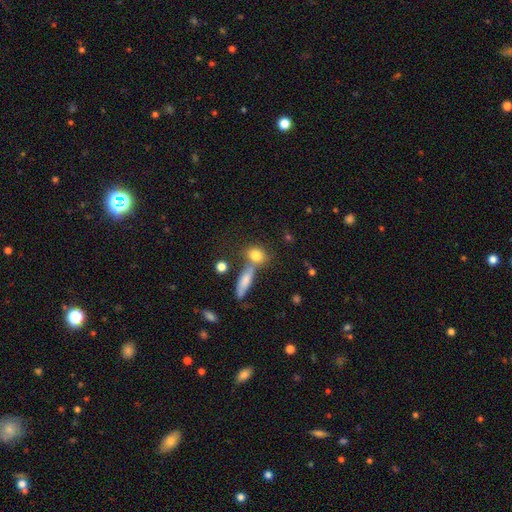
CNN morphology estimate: Q: Smooth or featured?
A: smooth (78%); runner-up: featured or disk (12%)
Q: How rounded?
A: round (53%); runner-up: in between (37%)
Q: Merging?
A: none (54%); runner-up: merger (30%)